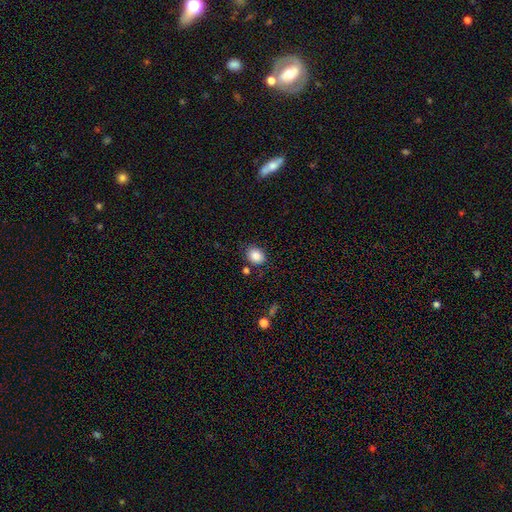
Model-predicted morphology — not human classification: Smooth or featured? Predicted: smooth (p=0.86). How rounded? Predicted: round (p=0.54). Merging? Predicted: none (p=0.79).